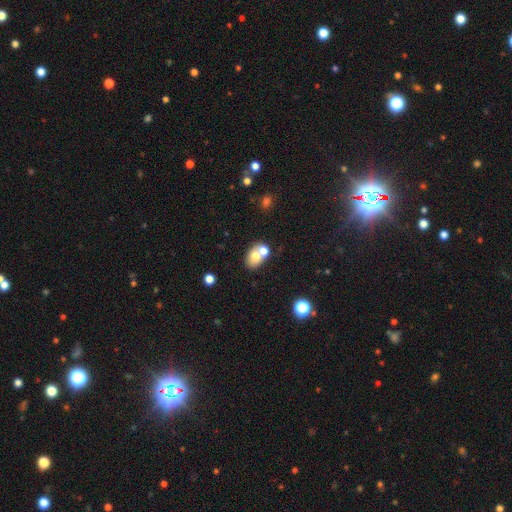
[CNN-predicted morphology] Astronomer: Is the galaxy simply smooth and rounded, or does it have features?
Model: smooth — 70%.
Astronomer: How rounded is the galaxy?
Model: in between — 65%.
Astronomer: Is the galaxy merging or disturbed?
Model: merger — 48% (runner-up: none, 40%).